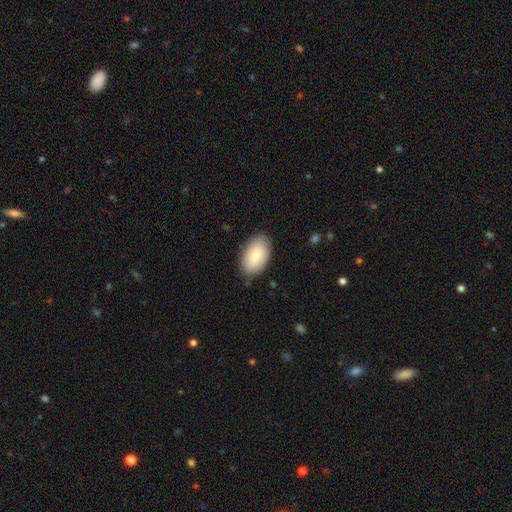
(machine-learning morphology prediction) The model was most divided on "smooth or featured": smooth: 78%, featured or disk: 16%, star or artifact: 6%. More confident: how rounded — in between (94%); merging — none (83%).